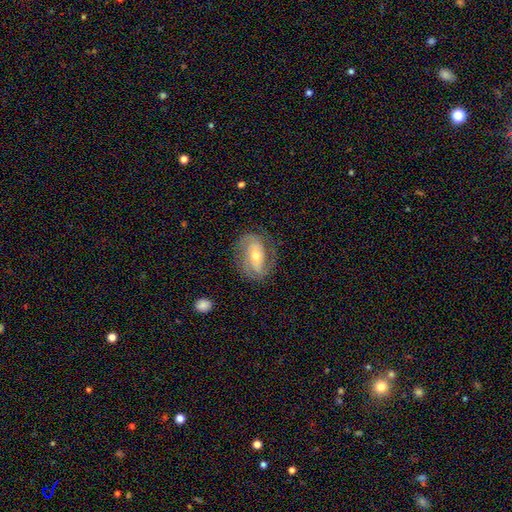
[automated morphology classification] Smooth or featured? featured or disk (77%)
Edge-on disk? no (95%)
Bar? weak (36%, tied with no)
Spiral arms? yes (90%)
Spiral winding? medium (42%)
Spiral arm count? 2 (70%)
Bulge size? moderate (58%)
Merging? none (74%)